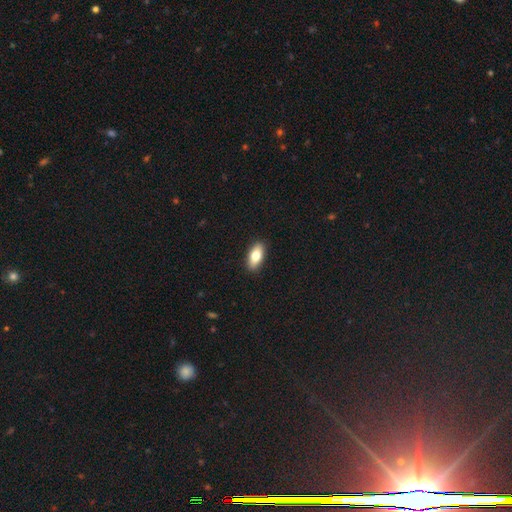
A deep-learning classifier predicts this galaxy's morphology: Smooth or featured: smooth — 77% (featured or disk — 16%)
How rounded: in between — 86% (cigar-shaped — 10%)
Merging: none — 90% (minor disturbance — 7%)